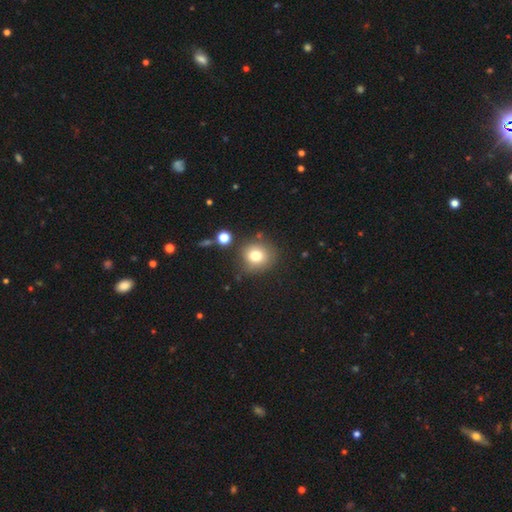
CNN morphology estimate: Smooth or featured: smooth — 77% (star or artifact — 13%)
How rounded: round — 84% (in between — 15%)
Merging: none — 78% (minor disturbance — 12%)